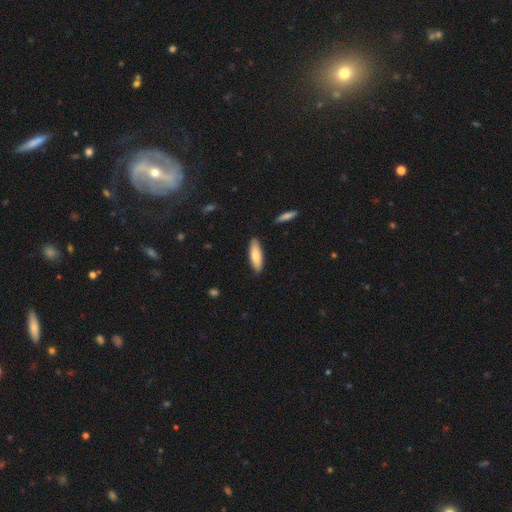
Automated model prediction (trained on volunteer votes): This appears to be a smooth galaxy with no disk features (80%) that is cigar-shaped (52%). Merging: none (87%).